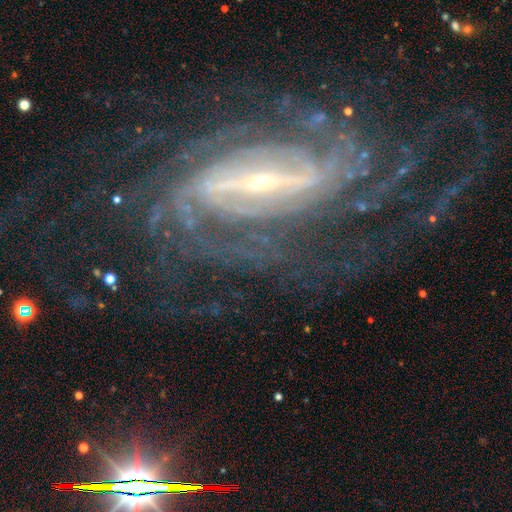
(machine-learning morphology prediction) type=featured or disk (91%); edge-on=no (94%); bar=strong (76%); spiral arms=yes (97%); winding=tight (51%); arm count=2 (25%); bulge=small (81%); merging=none (67%).